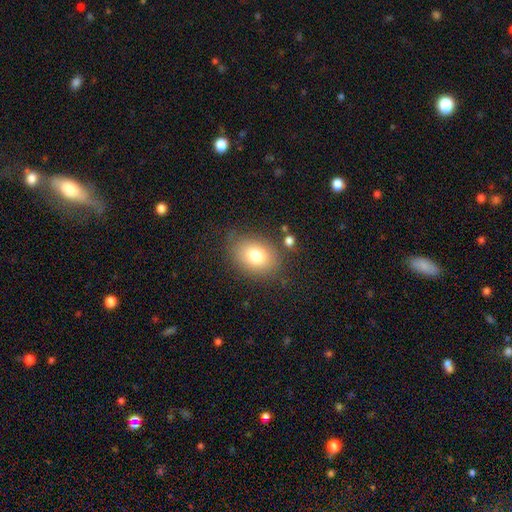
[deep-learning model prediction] Smooth or featured: smooth — 77% (featured or disk — 12%)
How rounded: in between — 62% (round — 37%)
Merging: none — 76% (minor disturbance — 15%)